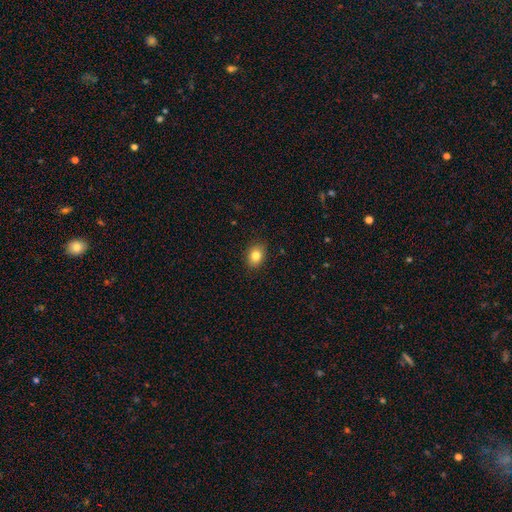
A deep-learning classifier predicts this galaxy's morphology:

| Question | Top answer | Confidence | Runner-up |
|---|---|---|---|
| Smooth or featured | smooth | 83% | star or artifact (10%) |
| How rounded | in between | 59% | round (40%) |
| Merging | none | 88% | minor disturbance (9%) |